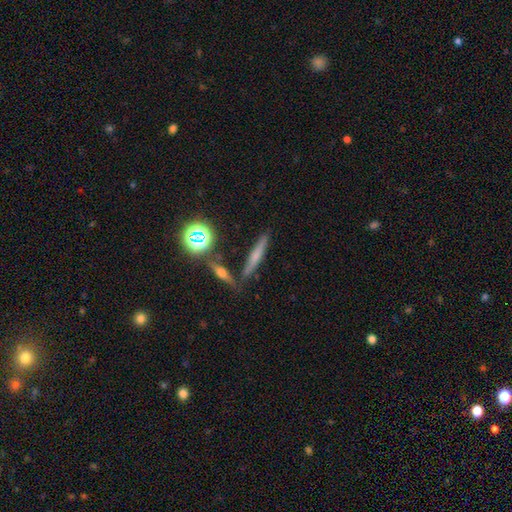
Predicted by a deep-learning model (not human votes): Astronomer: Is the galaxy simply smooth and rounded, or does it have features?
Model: smooth — 52% (runner-up: featured or disk, 32%).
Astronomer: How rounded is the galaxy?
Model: cigar-shaped — 84%.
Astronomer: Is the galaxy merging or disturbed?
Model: none — 78%.